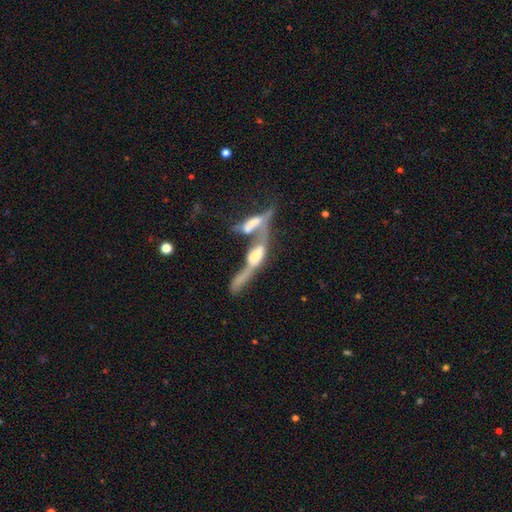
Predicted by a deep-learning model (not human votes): This is likely a featured or disk galaxy (62%). It is possibly viewed edge-on (54%). Merging: likely merger (73%).